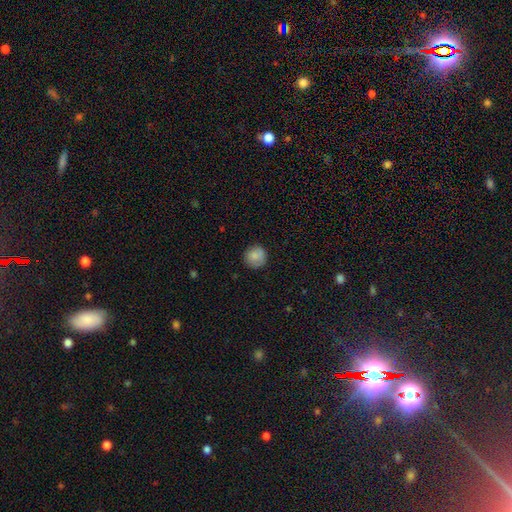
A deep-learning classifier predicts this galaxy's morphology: A smooth galaxy with no disk features (84%) that is round (92%). Merging: none (83%).